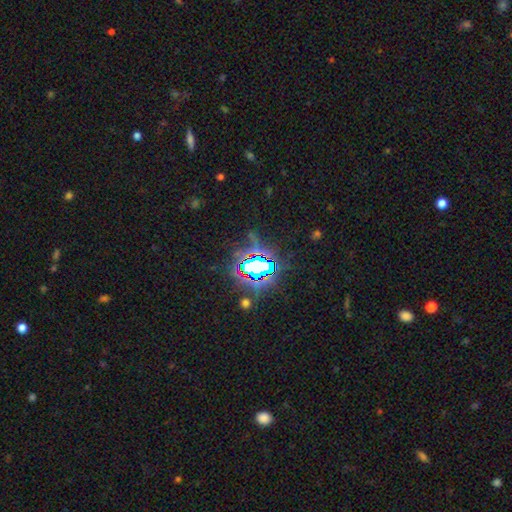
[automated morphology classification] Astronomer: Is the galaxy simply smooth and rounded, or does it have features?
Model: star or artifact — 83%.